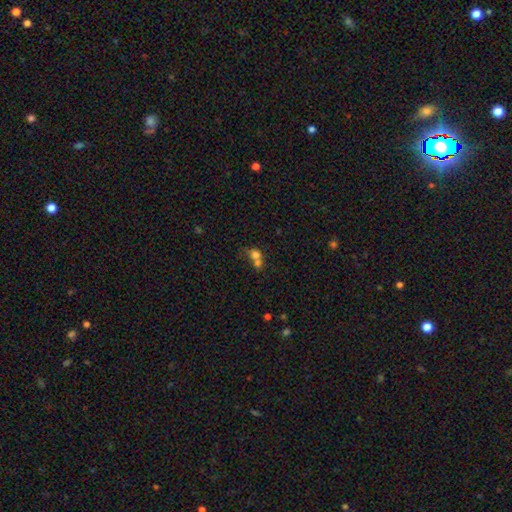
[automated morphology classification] Smooth or featured? Predicted: smooth (p=0.71). How rounded? Predicted: round (p=0.63). Merging? Predicted: merger (p=0.66).